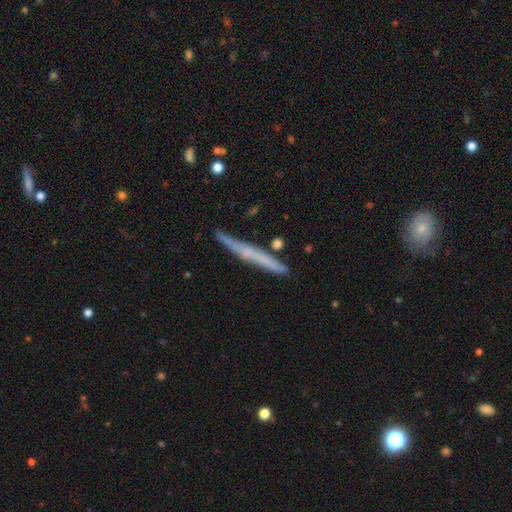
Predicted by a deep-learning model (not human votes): A featured or disk galaxy (50%) viewed edge-on (95%). Merging: none (85%).